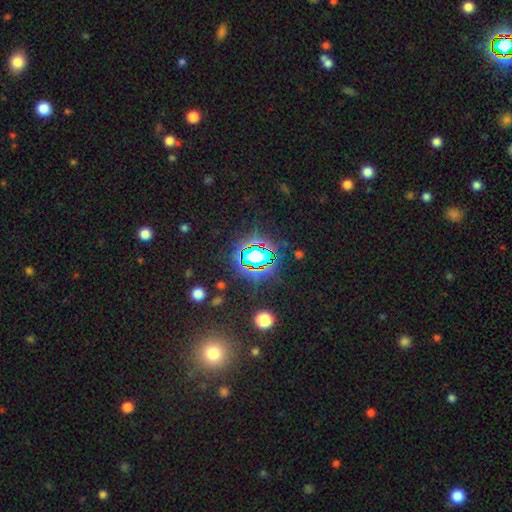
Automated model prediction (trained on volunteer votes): This appears to be a star or artifact, not a galaxy (79%).